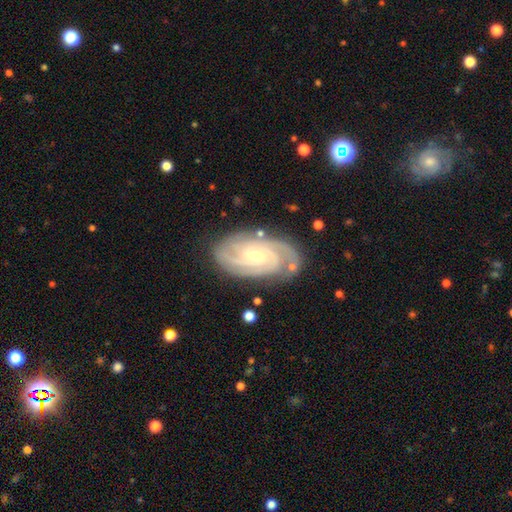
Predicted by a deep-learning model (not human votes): Smooth or featured? Predicted: featured or disk (p=0.89). Edge-on disk? Predicted: no (p=0.96). Bar? Predicted: no (p=0.61). Spiral arms? Predicted: yes (p=0.98). Spiral winding? Predicted: tight (p=0.70). Spiral arm count? Predicted: 3 (p=0.32). Bulge size? Predicted: small (p=0.70). Merging? Predicted: none (p=0.79).